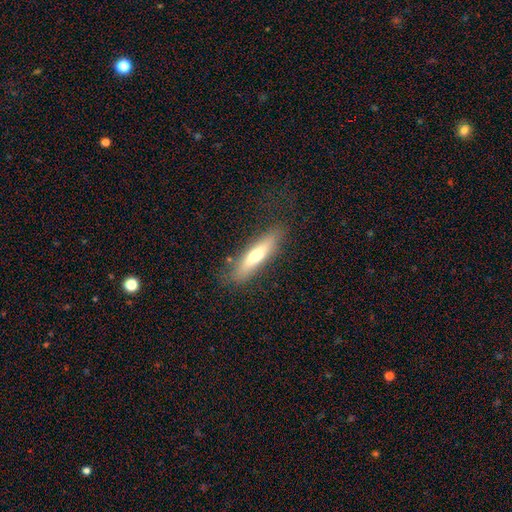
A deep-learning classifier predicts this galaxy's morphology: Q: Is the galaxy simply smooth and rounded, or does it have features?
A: smooth — 58%.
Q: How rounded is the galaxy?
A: cigar-shaped — 79%.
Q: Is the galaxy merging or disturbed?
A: none — 81%.